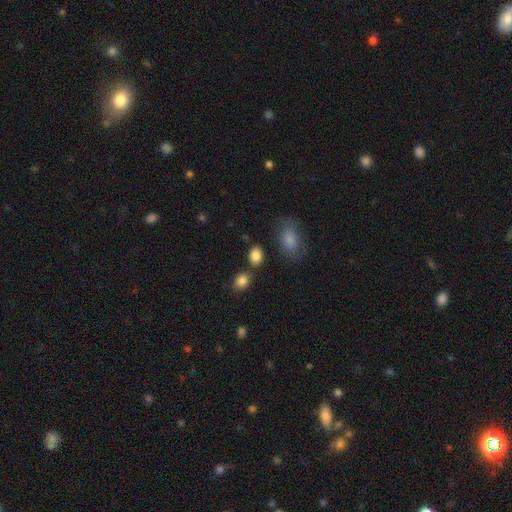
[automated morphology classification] A smooth galaxy with no disk features (85%) that is in between round and cigar-shaped (67%). Merging: none (71%).